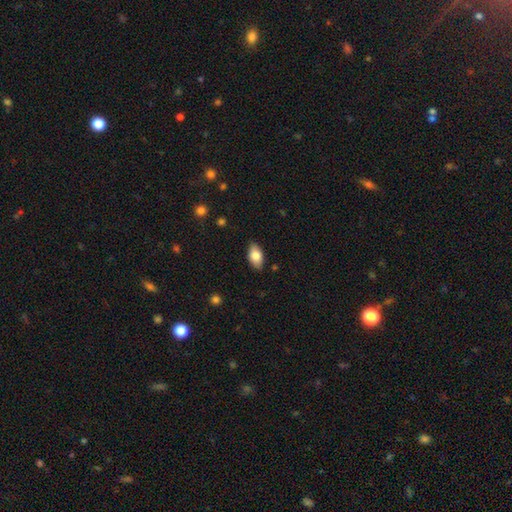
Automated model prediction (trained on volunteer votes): A smooth galaxy with no disk features (80%) that is in between round and cigar-shaped (92%). Merging: none (86%).